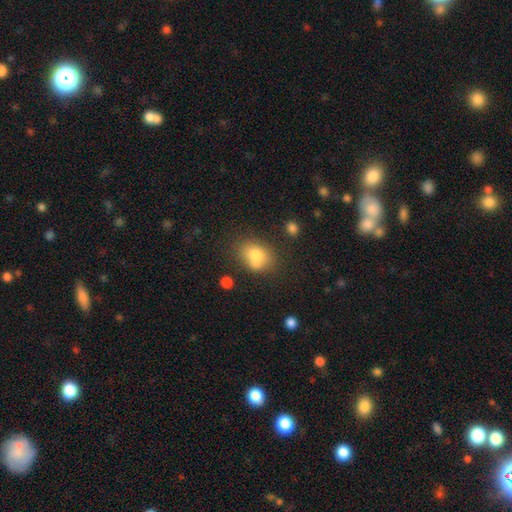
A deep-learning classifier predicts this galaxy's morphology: smooth-or-featured: smooth: 74% | featured or disk: 15% | star or artifact: 11%
  how-rounded: in between: 60% | round: 39% | cigar-shaped: 1%
  merging: none: 45% | merger: 27% | minor disturbance: 19% | major disturbance: 8%